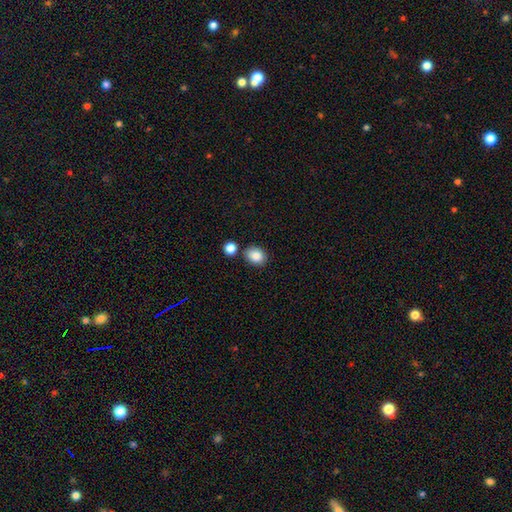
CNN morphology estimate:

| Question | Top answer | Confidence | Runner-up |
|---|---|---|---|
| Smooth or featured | smooth | 86% | star or artifact (9%) |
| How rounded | in between | 54% | round (45%) |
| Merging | none | 79% | minor disturbance (10%) |